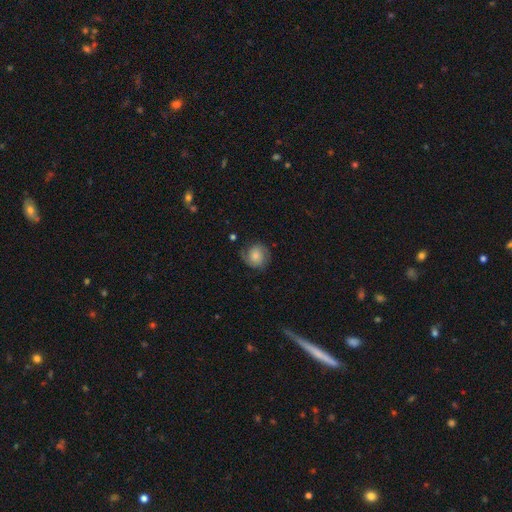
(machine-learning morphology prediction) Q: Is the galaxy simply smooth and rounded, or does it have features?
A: smooth — 53%.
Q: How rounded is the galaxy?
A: round — 80%.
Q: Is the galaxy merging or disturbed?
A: none — 64%.